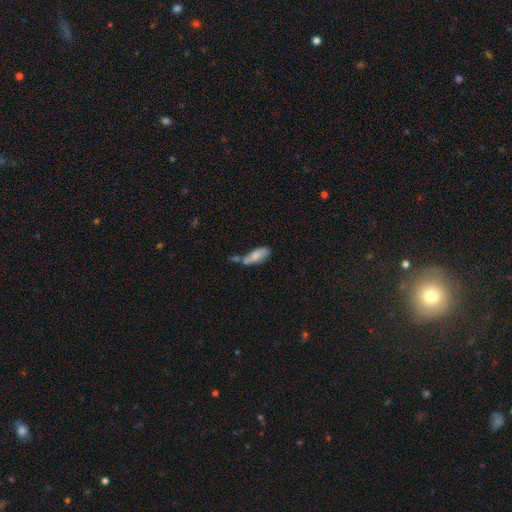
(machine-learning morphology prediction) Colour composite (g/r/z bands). It shows a smooth galaxy with no disk features (74%) that is in between round and cigar-shaped (72%). Merging: none (38%).